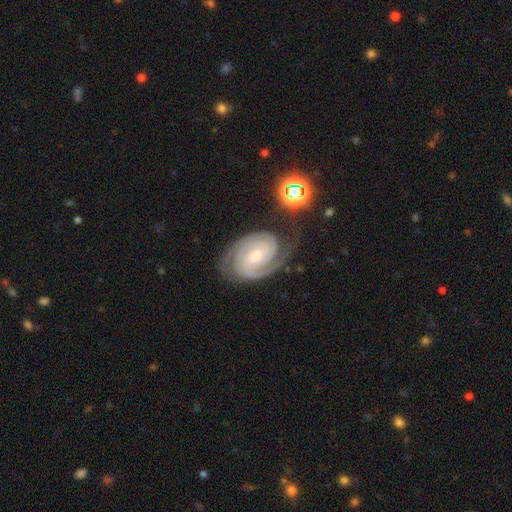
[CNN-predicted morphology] Overall: featured or disk (90%). Edge-on disk: no (98%). Bar: no (55%; weak 33%). Spiral arms: yes (98%). Spiral arm count: 2 (80%). Spiral winding: tight (76%). Bulge size: small (55%; moderate 32%). Merging: none (75%).